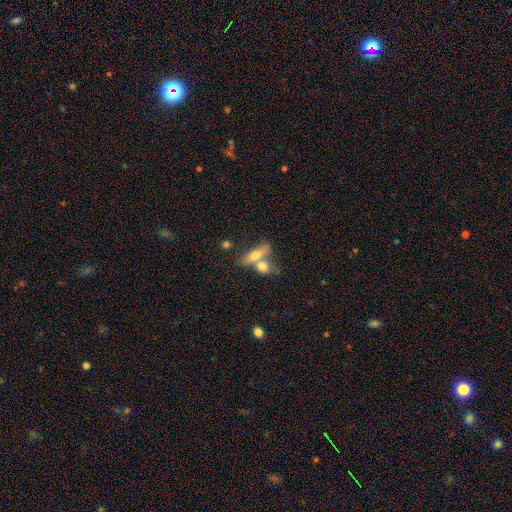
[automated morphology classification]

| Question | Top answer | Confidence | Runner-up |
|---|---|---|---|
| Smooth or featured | smooth | 67% | featured or disk (26%) |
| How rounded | in between | 65% | cigar-shaped (28%) |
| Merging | merger | 60% | none (28%) |